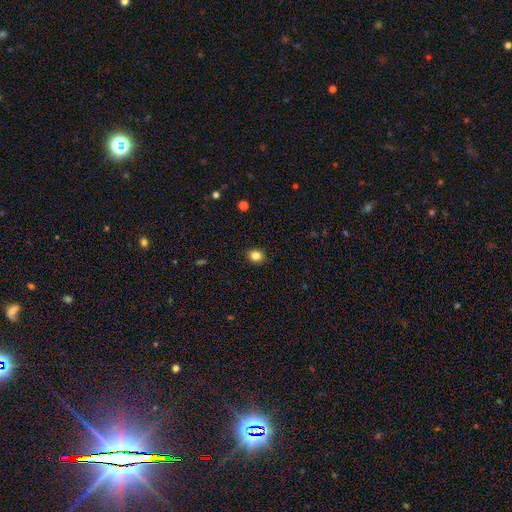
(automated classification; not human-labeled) Overall: smooth (83%). How rounded: round (70%). Merging: none (90%).